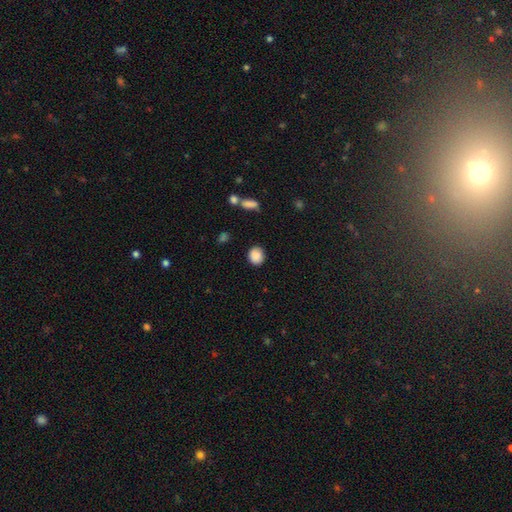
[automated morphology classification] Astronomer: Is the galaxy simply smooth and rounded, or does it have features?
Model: smooth — 88%.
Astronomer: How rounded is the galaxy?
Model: round — 76%.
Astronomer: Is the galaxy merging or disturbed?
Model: none — 87%.